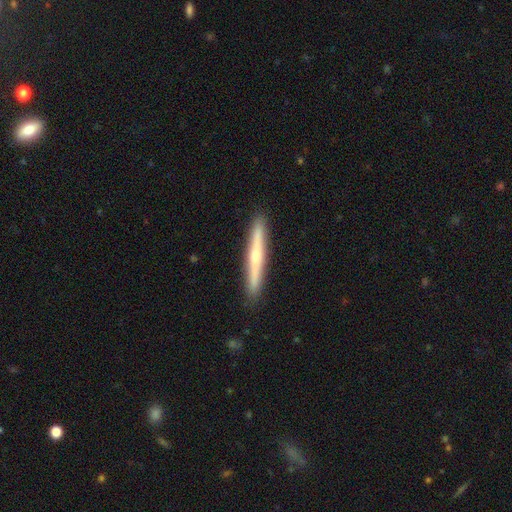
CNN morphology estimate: smooth_or_featured: featured or disk (p=0.53) [alt: smooth p=0.41]
disk_edge_on: yes (p=0.97) [alt: no p=0.03]
edge_on_bulge: rounded (p=0.58) [alt: none p=0.37]
merging: none (p=0.92) [alt: minor disturbance p=0.06]